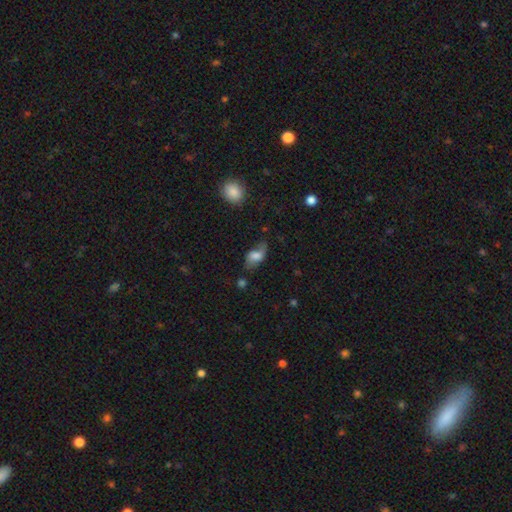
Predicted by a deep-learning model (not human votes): Smooth or featured: smooth — 59% (featured or disk — 32%)
How rounded: in between — 87% (round — 9%)
Merging: none — 51% (minor disturbance — 30%)